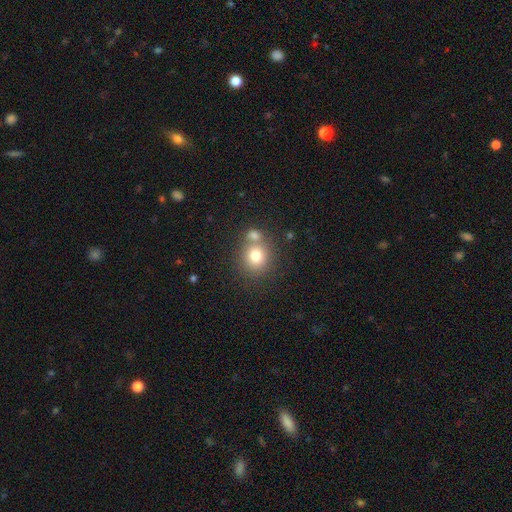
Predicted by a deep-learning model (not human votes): This appears to be a smooth galaxy with no disk features (78%) that is round (85%). Merging: none (56%).